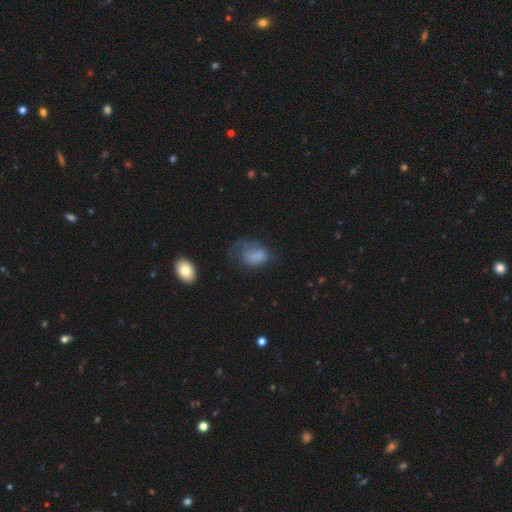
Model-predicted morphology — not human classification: Q: Smooth or featured?
A: smooth (66%); runner-up: featured or disk (24%)
Q: How rounded?
A: in between (77%); runner-up: round (22%)
Q: Merging?
A: major disturbance (49%); runner-up: minor disturbance (24%)